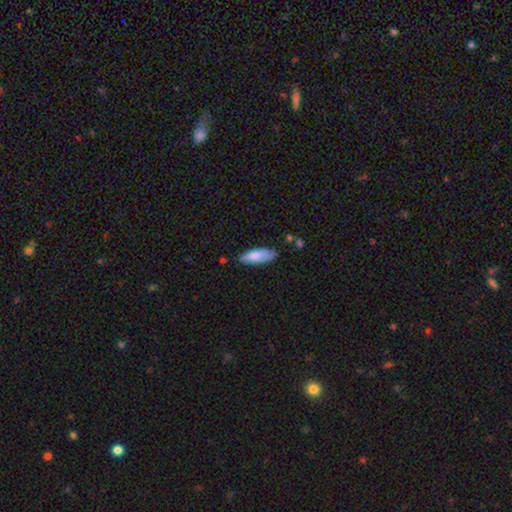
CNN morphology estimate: smooth 79%, featured or disk 15%, star or artifact 6%. Down the decision tree: how rounded — in between (62%); merging — none (71%).